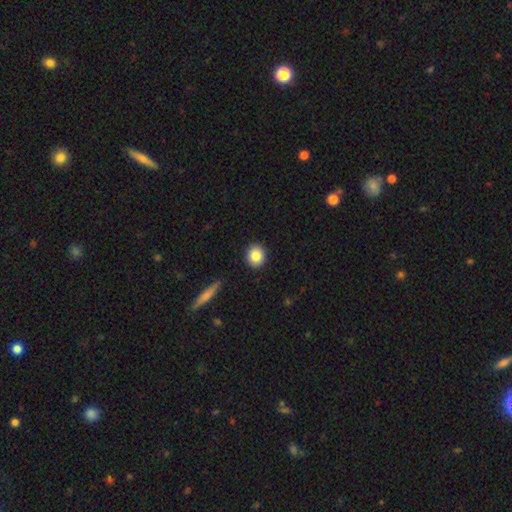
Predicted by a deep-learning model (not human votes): A smooth galaxy with no disk features (85%) that is round (83%).

Vote fractions:
- Smooth or featured? smooth: 85% / star or artifact: 8% / featured or disk: 7%
- How rounded? round: 83% / in between: 15% / cigar-shaped: 1%
- Merging? none: 91% / minor disturbance: 6% / major disturbance: 2% / merger: 1%